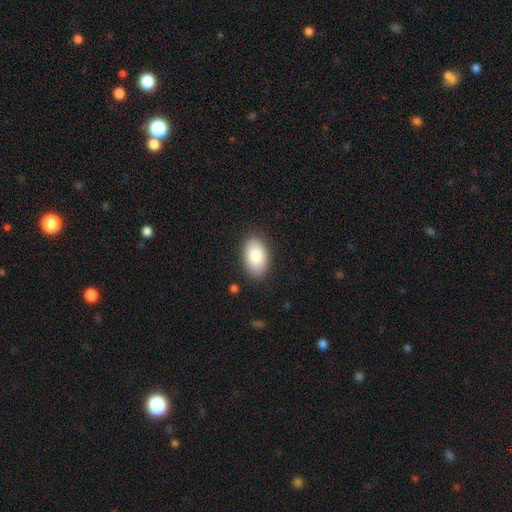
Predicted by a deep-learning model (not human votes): smooth-or-featured: smooth: 83% | featured or disk: 10% | star or artifact: 7%
  how-rounded: in between: 93% | round: 5% | cigar-shaped: 1%
  merging: none: 86% | minor disturbance: 11% | major disturbance: 3% | merger: 1%